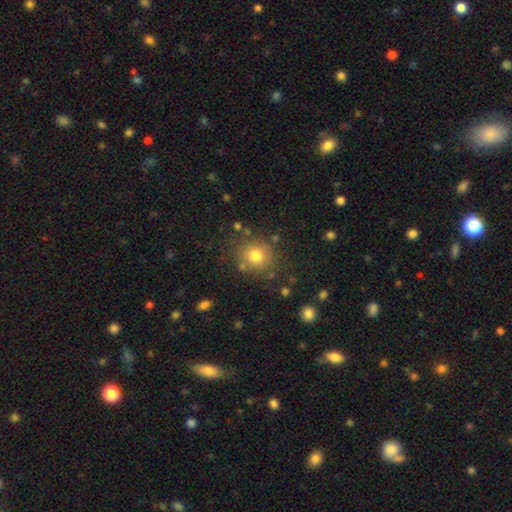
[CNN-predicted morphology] smooth_or_featured: smooth (p=0.76) [alt: star or artifact p=0.14]
how_rounded: round (p=0.85) [alt: in between p=0.14]
merging: none (p=0.80) [alt: minor disturbance p=0.11]